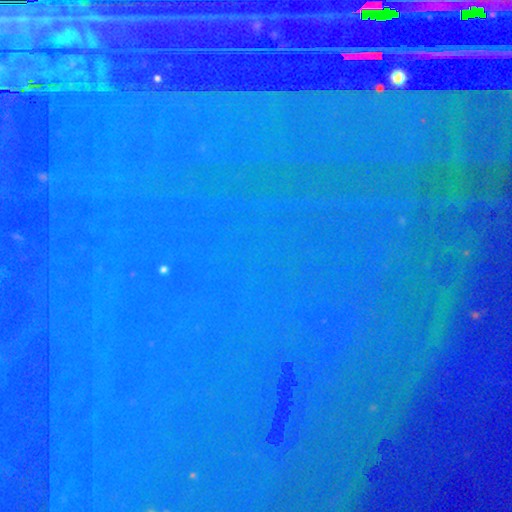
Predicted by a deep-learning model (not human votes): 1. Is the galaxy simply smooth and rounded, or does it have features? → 84% star or artifact, 8% smooth, 8% featured or disk.